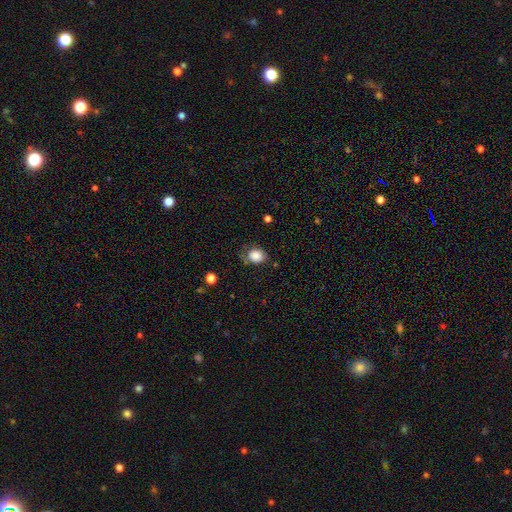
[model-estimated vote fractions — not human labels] smooth_or_featured: smooth (p=0.82) [alt: star or artifact p=0.09]
how_rounded: round (p=0.51) [alt: in between p=0.48]
merging: none (p=0.60) [alt: minor disturbance p=0.28]